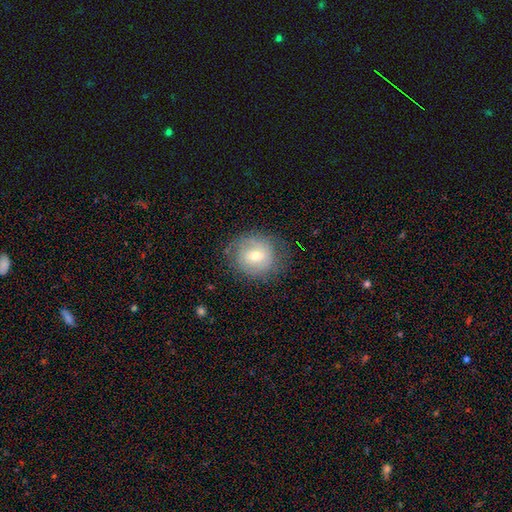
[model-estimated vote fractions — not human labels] Smooth or featured?
  - smooth: 48% *
  - featured or disk: 43%
  - star or artifact: 9%
Merging?
  - none: 73% *
  - minor disturbance: 18%
  - major disturbance: 8%
  - merger: 1%